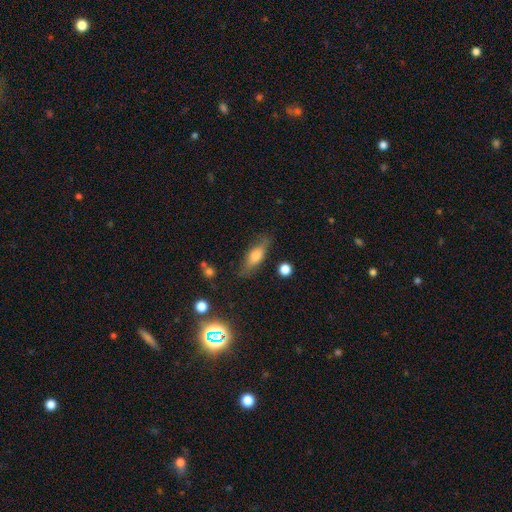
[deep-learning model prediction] A smooth galaxy with no disk features (58%) that is in between round and cigar-shaped (57%).

Vote fractions:
- Smooth or featured? smooth: 58% / featured or disk: 32% / star or artifact: 10%
- How rounded? in between: 57% / cigar-shaped: 38% / round: 5%
- Merging? none: 76% / minor disturbance: 17% / major disturbance: 5% / merger: 2%